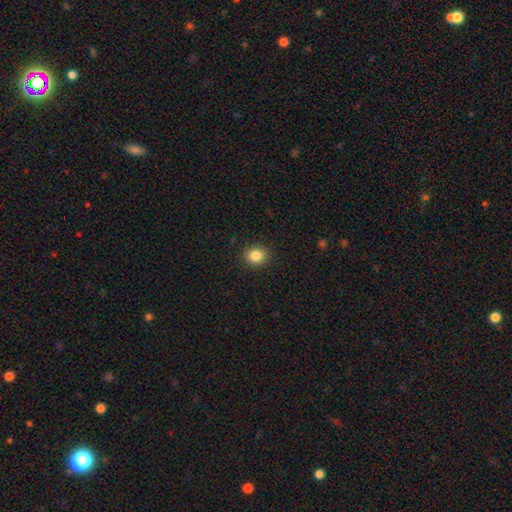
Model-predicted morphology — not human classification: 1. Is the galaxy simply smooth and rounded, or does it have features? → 85% smooth, 10% star or artifact, 5% featured or disk.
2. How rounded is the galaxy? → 71% round, 28% in between, 1% cigar-shaped.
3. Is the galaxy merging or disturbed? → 90% none, 7% minor disturbance, 2% major disturbance, 1% merger.